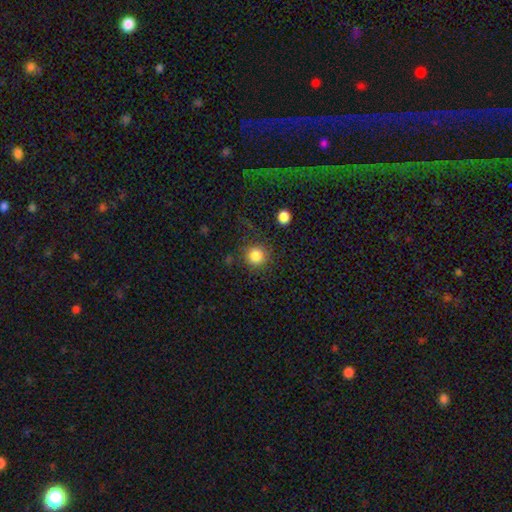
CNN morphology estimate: Overall: smooth (84%). How rounded: round (92%). Merging: none (81%).